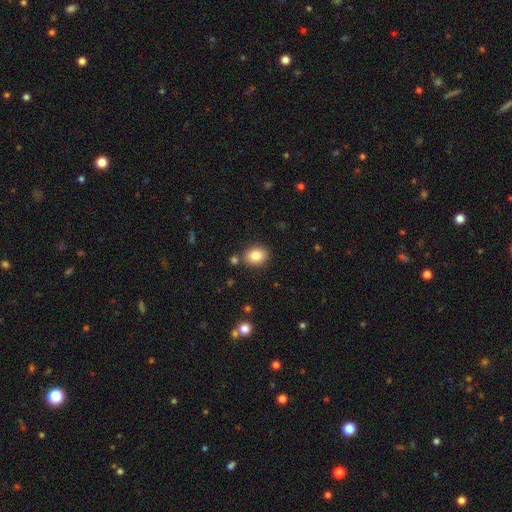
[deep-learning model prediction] Smooth or featured? smooth (83%)
How rounded? round (54%)
Merging? none (84%)